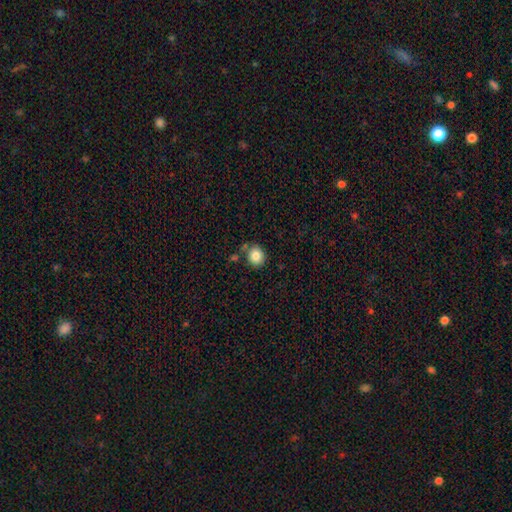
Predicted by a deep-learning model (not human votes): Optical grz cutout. It shows a smooth galaxy with no disk features (83%) that is round (76%). Merging: none (73%).